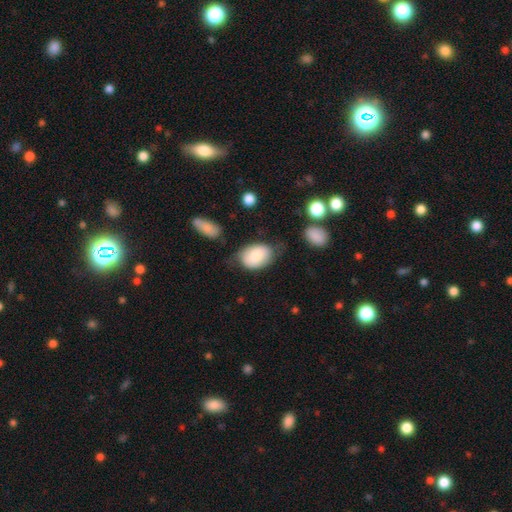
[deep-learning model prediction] This is likely a smooth galaxy (79%). How rounded: likely in between (80%). Merging: possibly none (60%).